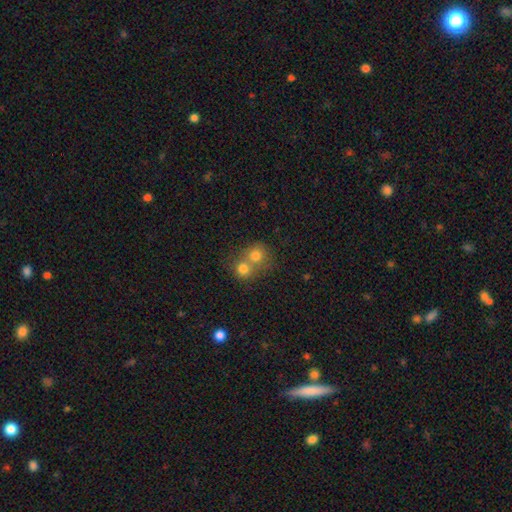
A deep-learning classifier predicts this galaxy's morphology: Q: Smooth or featured?
A: smooth (75%); runner-up: featured or disk (13%)
Q: How rounded?
A: round (82%); runner-up: in between (17%)
Q: Merging?
A: merger (60%); runner-up: none (32%)